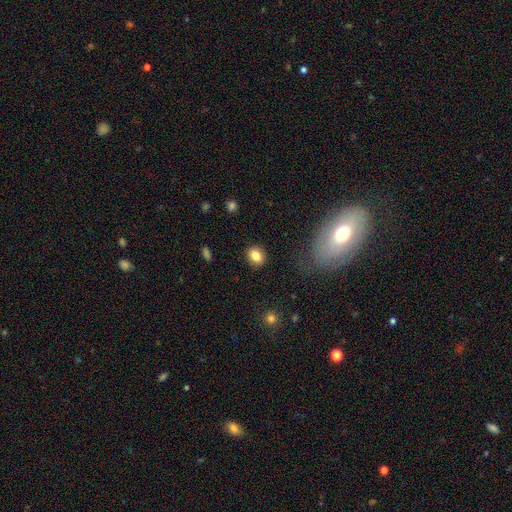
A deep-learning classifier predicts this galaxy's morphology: Overall: smooth (83%). How rounded: round (54%; in between 45%). Merging: none (89%).